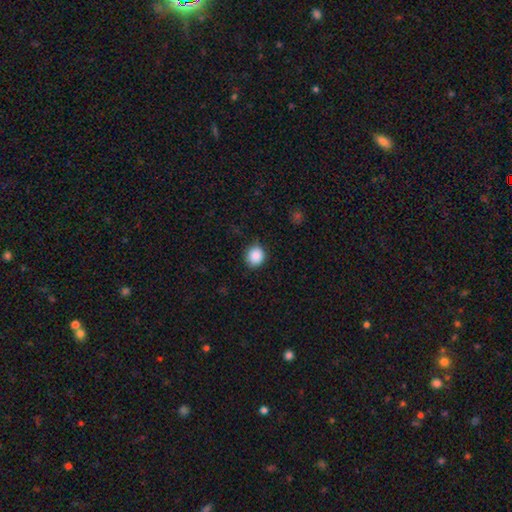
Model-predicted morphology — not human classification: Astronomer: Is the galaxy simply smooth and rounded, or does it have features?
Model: smooth — 88%.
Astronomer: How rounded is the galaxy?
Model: round — 79%.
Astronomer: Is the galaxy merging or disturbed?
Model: none — 87%.